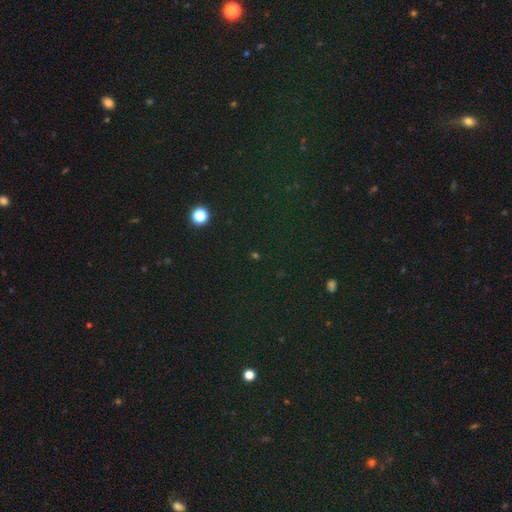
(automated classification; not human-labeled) A star or artifact, not a galaxy (71%).

Vote fractions:
- Smooth or featured? star or artifact: 71% / smooth: 21% / featured or disk: 8%